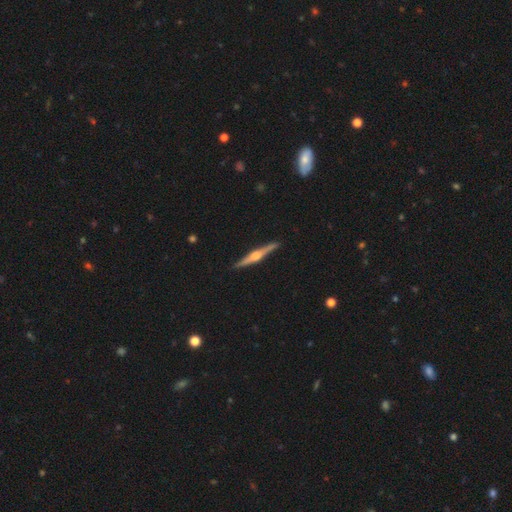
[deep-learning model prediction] This appears to be a featured or disk galaxy (80%) viewed edge-on (98%) with a rounded central bulge (86%). Merging: none (91%).